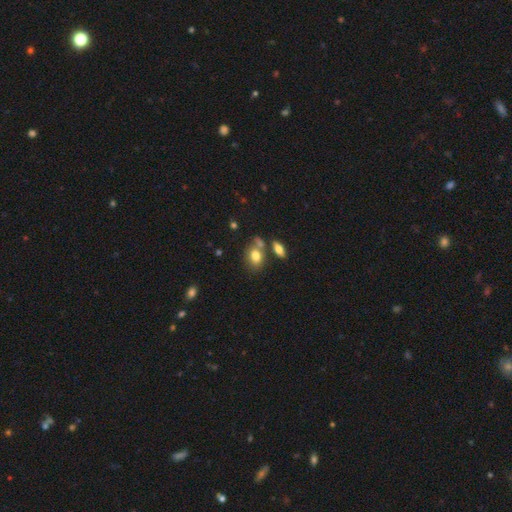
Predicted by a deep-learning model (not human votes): smooth_or_featured: smooth (p=0.77) [alt: featured or disk p=0.13]
how_rounded: in between (p=0.69) [alt: round p=0.29]
merging: none (p=0.57) [alt: merger p=0.25]